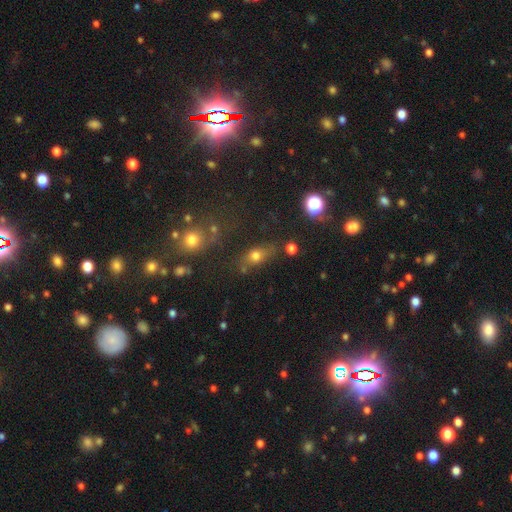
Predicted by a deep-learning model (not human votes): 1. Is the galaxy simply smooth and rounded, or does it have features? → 66% smooth, 17% star or artifact, 16% featured or disk.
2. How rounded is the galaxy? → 59% in between, 28% round, 13% cigar-shaped.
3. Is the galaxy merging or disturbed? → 64% none, 18% minor disturbance, 9% merger, 8% major disturbance.